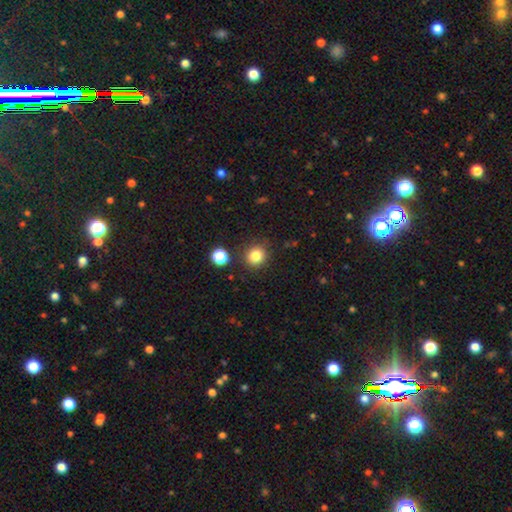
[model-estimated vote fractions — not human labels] Smooth or featured? smooth (81%)
How rounded? round (89%)
Merging? none (85%)